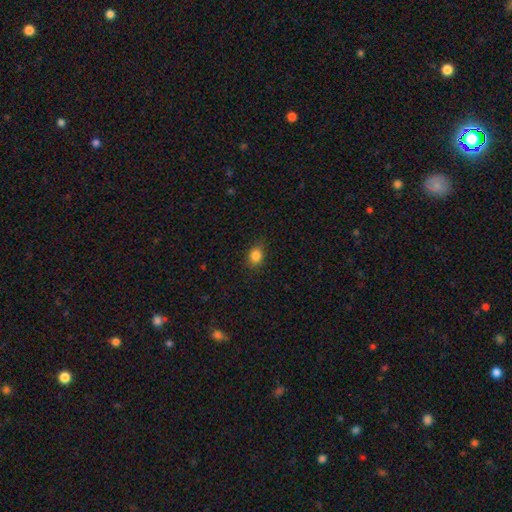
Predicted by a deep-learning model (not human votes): Smooth or featured?
  - smooth: 84% *
  - star or artifact: 11%
  - featured or disk: 5%
How rounded?
  - round: 52% *
  - in between: 47%
  - cigar-shaped: 1%
Merging?
  - none: 83% *
  - minor disturbance: 13%
  - major disturbance: 3%
  - merger: 1%